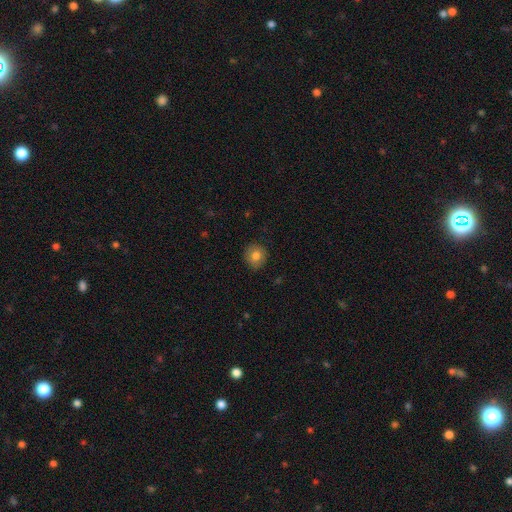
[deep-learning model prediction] Smooth or featured?
  - smooth: 81% *
  - star or artifact: 10%
  - featured or disk: 9%
How rounded?
  - round: 86% *
  - in between: 13%
  - cigar-shaped: 1%
Merging?
  - none: 88% *
  - minor disturbance: 9%
  - major disturbance: 2%
  - merger: 1%